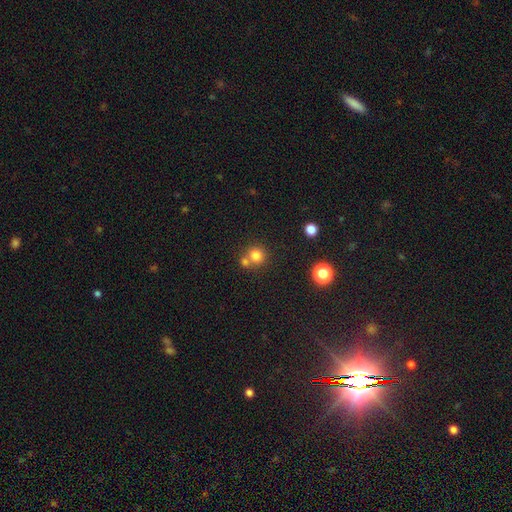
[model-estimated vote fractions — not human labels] This is likely a smooth galaxy (79%). How rounded: clearly round (90%). Merging: possibly none (55%).